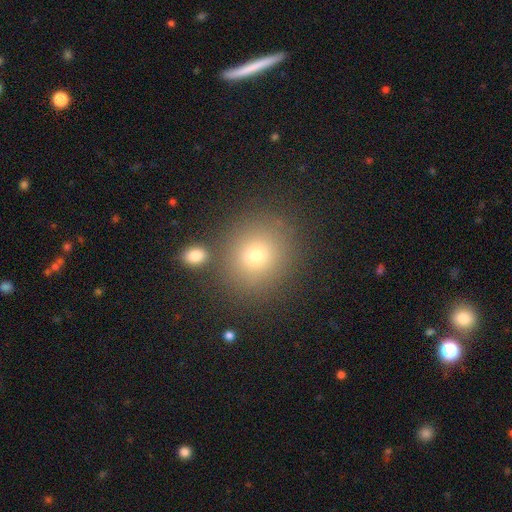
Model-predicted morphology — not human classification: Smooth or featured: smooth — 71% (star or artifact — 17%)
How rounded: round — 81% (in between — 18%)
Merging: none — 78% (minor disturbance — 9%)